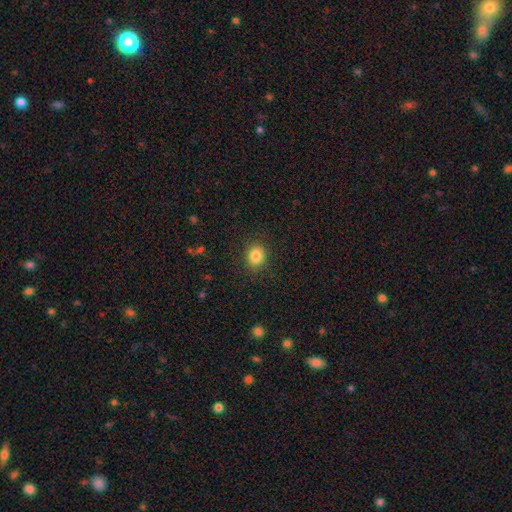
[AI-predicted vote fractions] A smooth galaxy with no disk features (84%) that is round (69%). Merging: none (89%).